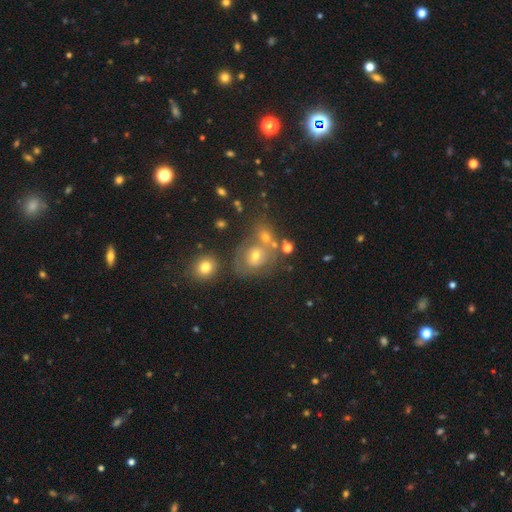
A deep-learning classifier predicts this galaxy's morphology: A smooth galaxy with no disk features (35%). Merging: none (53%).